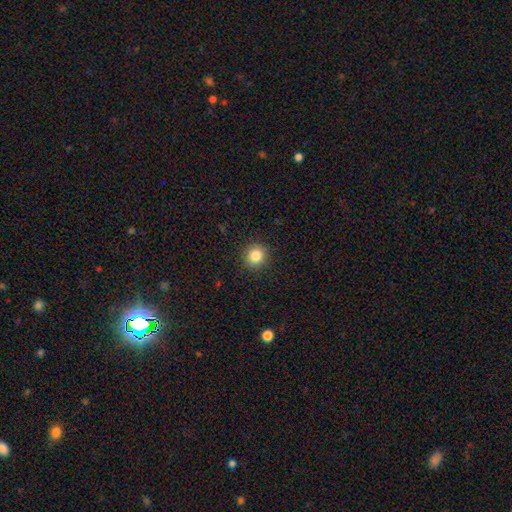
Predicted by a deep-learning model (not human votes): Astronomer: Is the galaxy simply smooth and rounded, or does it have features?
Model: smooth — 84%.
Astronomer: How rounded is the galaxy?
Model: round — 90%.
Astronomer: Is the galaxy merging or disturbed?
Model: none — 91%.